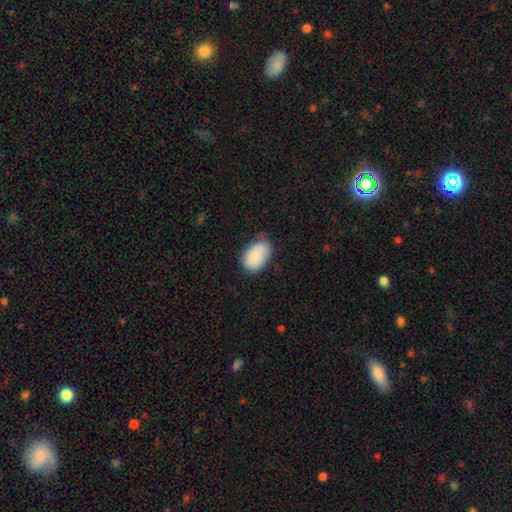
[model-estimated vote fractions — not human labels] Q: Smooth or featured?
A: smooth (86%); runner-up: featured or disk (8%)
Q: How rounded?
A: in between (89%); runner-up: round (10%)
Q: Merging?
A: none (59%); runner-up: minor disturbance (32%)